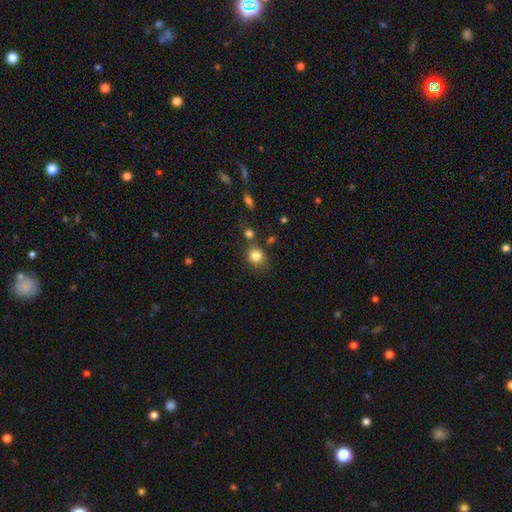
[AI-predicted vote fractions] Overall: smooth (82%). How rounded: round (75%). Merging: none (67%).